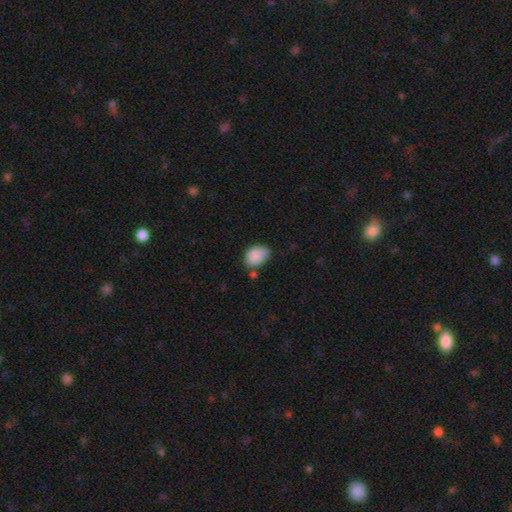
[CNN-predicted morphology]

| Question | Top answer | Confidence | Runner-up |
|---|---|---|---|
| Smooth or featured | smooth | 87% | star or artifact (7%) |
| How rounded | in between | 74% | round (25%) |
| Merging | none | 61% | minor disturbance (25%) |